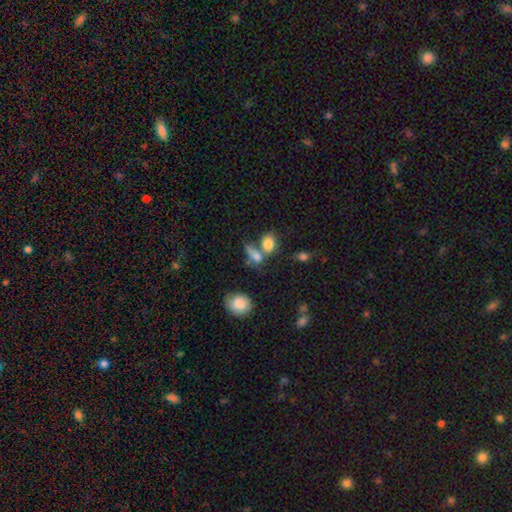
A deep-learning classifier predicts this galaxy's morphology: Smooth or featured? smooth (76%)
How rounded? in between (65%)
Merging? merger (46%)